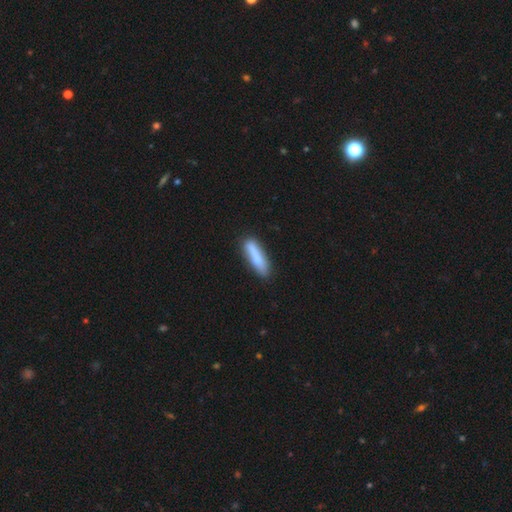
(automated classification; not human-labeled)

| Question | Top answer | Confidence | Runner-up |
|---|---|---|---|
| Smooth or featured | smooth | 82% | featured or disk (12%) |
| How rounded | cigar-shaped | 76% | in between (22%) |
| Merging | none | 81% | minor disturbance (14%) |